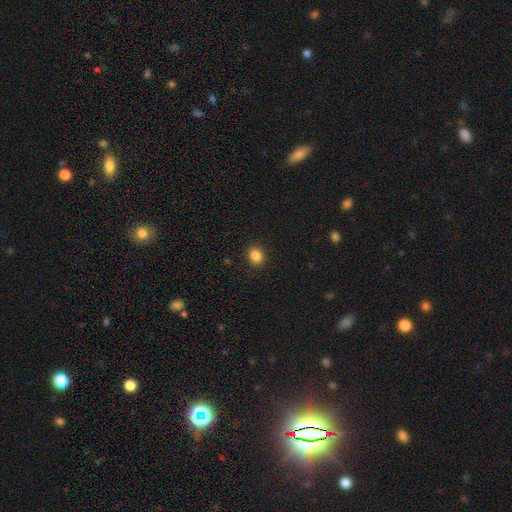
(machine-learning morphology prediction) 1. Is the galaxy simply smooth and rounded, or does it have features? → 86% smooth, 10% star or artifact, 4% featured or disk.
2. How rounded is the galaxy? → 50% round, 49% in between, 1% cigar-shaped.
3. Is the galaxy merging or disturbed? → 90% none, 7% minor disturbance, 2% major disturbance, 1% merger.